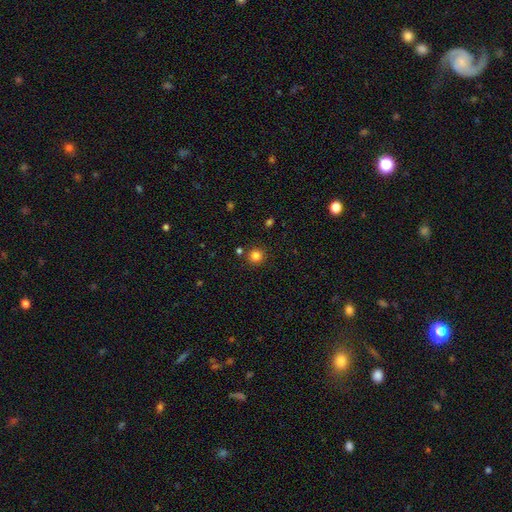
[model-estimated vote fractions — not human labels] smooth 82%, star or artifact 13%, featured or disk 4%. Down the decision tree: how rounded — round (94%); merging — none (86%).